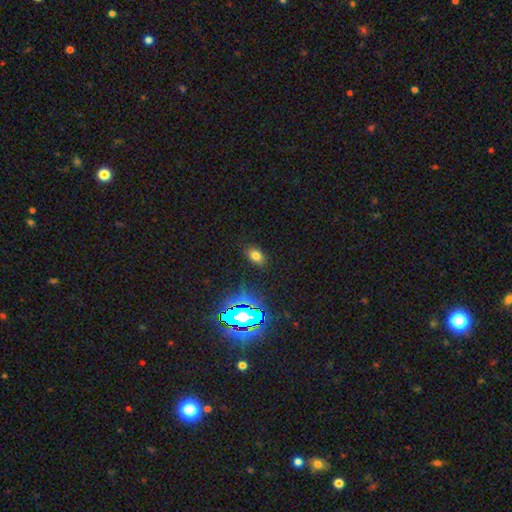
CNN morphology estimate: Q: Smooth or featured?
A: smooth (71%); runner-up: star or artifact (21%)
Q: How rounded?
A: in between (82%); runner-up: round (16%)
Q: Merging?
A: none (86%); runner-up: minor disturbance (10%)